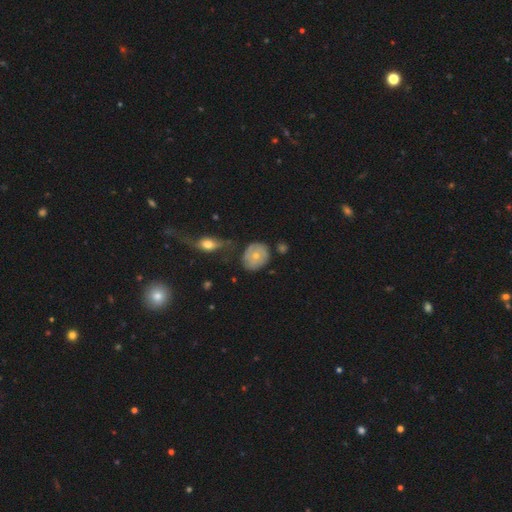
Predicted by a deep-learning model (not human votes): The model was most divided on "smooth or featured": smooth: 56%, featured or disk: 37%, star or artifact: 7%. More confident: how rounded — round (63%); merging — none (61%).